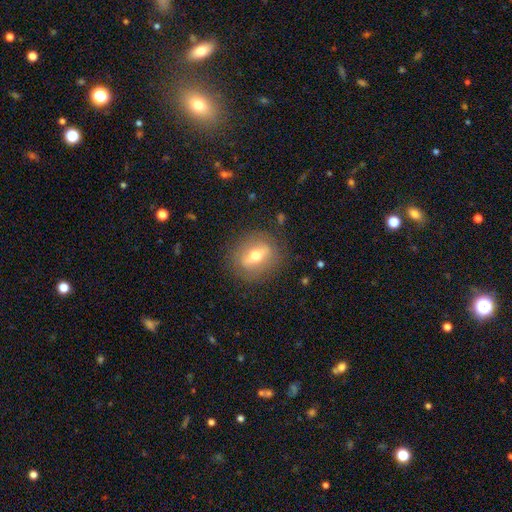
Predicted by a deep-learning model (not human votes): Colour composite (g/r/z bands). It shows a featured or disk galaxy (56%). Merging: none (83%).